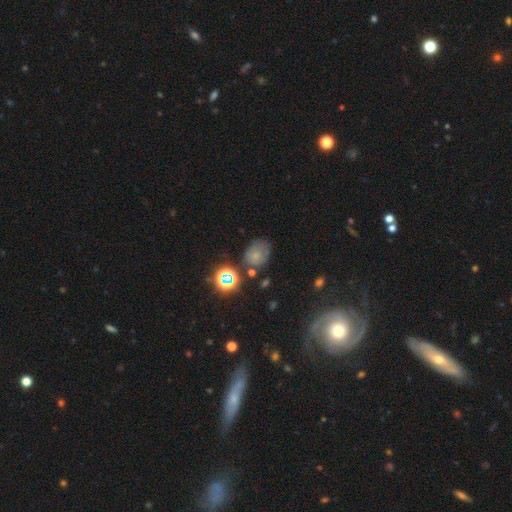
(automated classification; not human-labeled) A smooth galaxy with no disk features (61%) that is in between round and cigar-shaped (50%). Merging: none (60%).